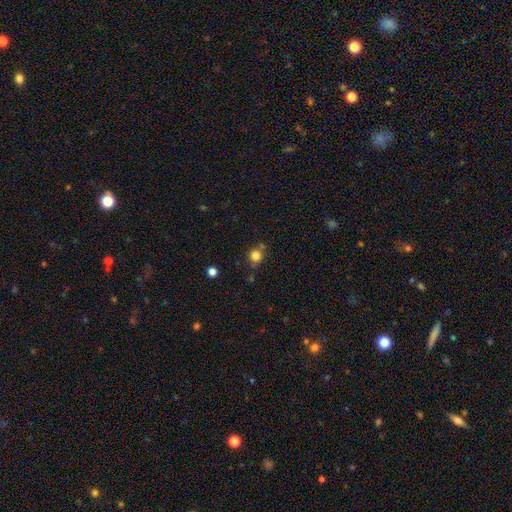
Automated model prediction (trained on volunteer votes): This appears to be a smooth galaxy with no disk features (81%) that is round (91%). Merging: none (72%).